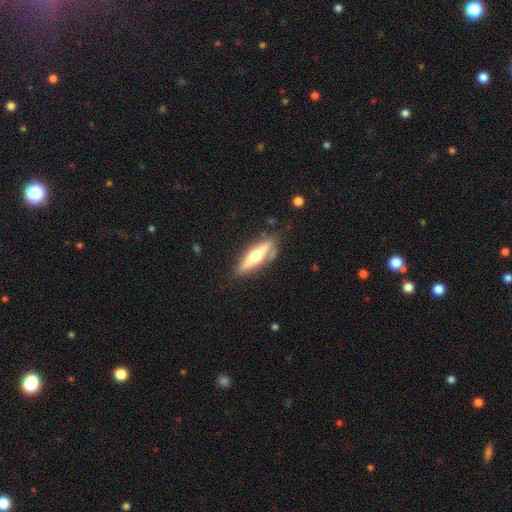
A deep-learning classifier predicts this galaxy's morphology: Overall: featured or disk (60%; smooth 34%). Edge-on disk: yes (92%). Edge-on bulge: rounded (90%). Merging: none (76%).